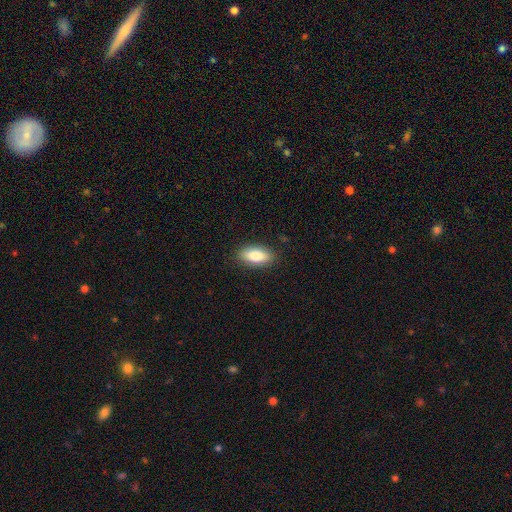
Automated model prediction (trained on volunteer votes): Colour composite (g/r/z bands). It shows a smooth galaxy with no disk features (81%) that is in between round and cigar-shaped (85%). Merging: none (88%).